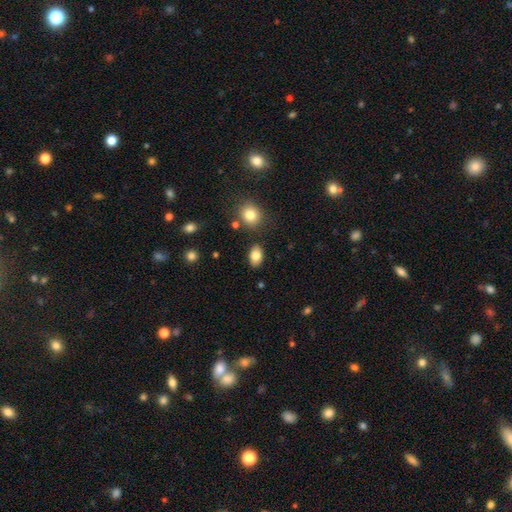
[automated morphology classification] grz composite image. It shows a smooth galaxy with no disk features (83%) that is in between round and cigar-shaped (87%). Merging: none (84%).